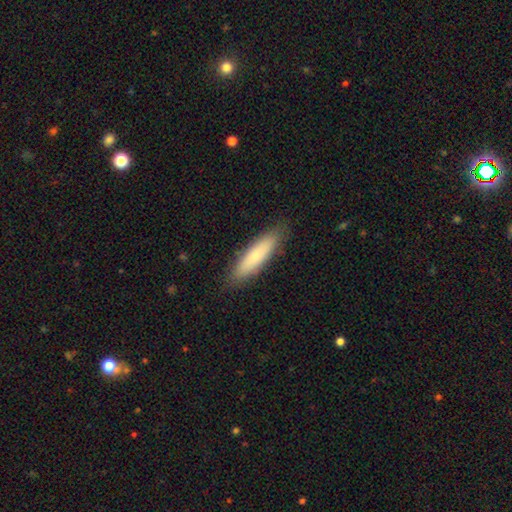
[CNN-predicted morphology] This appears to be a smooth galaxy with no disk features (79%) that is cigar-shaped (74%). Merging: none (87%).